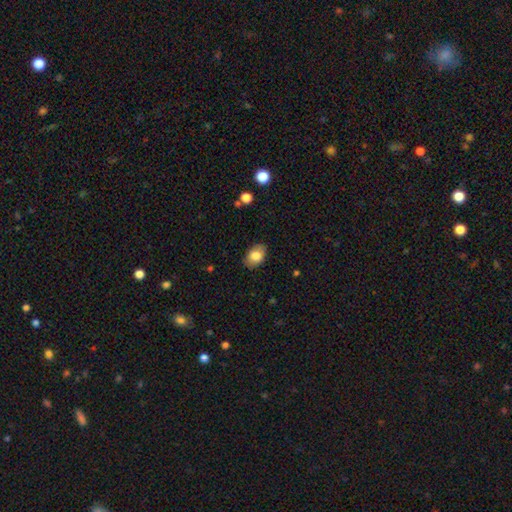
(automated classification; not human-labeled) A smooth galaxy with no disk features (81%) that is in between round and cigar-shaped (86%). Merging: none (85%).